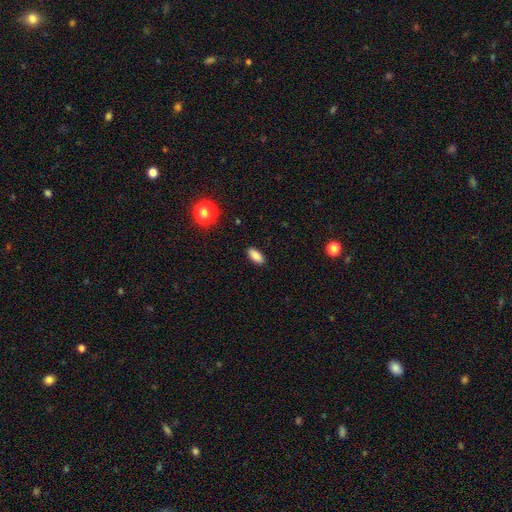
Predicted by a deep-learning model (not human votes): A smooth galaxy with no disk features (85%) that is in between round and cigar-shaped (85%). Merging: none (89%).